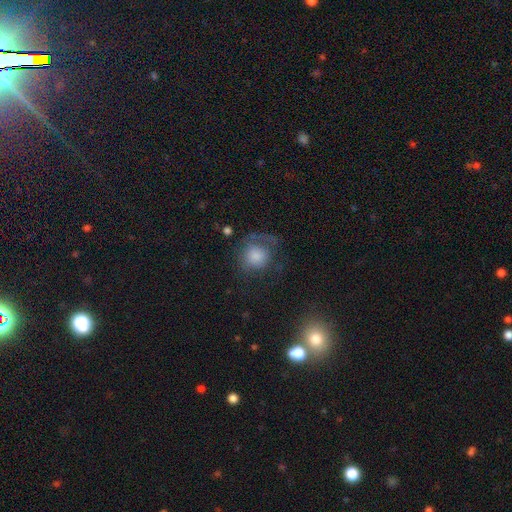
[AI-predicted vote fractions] Smooth or featured? smooth (66%)
How rounded? round (81%)
Merging? none (43%)